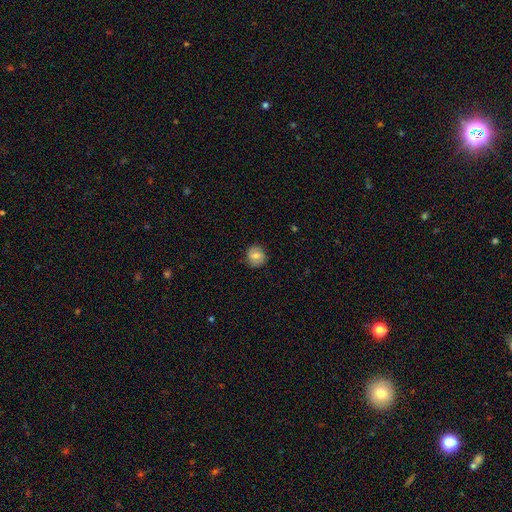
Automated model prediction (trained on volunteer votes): The model was most divided on "smooth or featured": smooth: 68%, featured or disk: 23%, star or artifact: 9%. More confident: how rounded — round (87%); merging — none (84%).